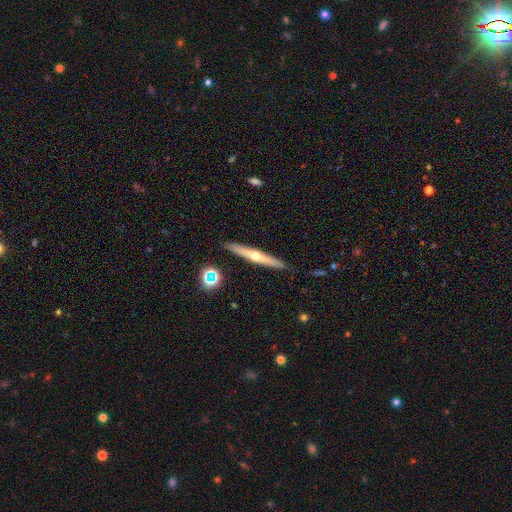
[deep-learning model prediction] Q: Smooth or featured?
A: featured or disk (63%); runner-up: smooth (30%)
Q: Edge-on disk?
A: yes (95%); runner-up: no (5%)
Q: Edge-on bulge?
A: rounded (86%); runner-up: none (13%)
Q: Merging?
A: none (91%); runner-up: minor disturbance (7%)